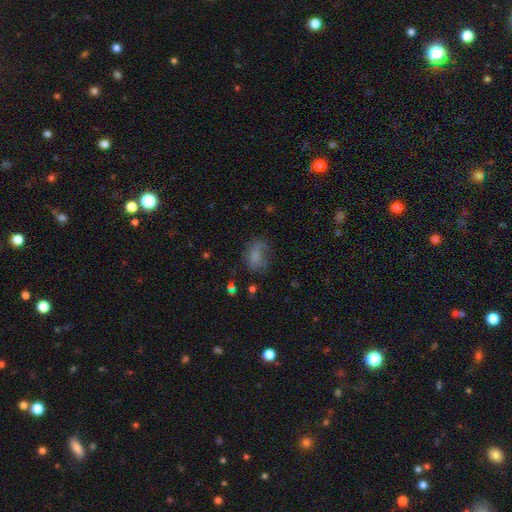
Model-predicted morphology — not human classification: This appears to be a smooth galaxy with no disk features (67%) that is in between round and cigar-shaped (80%). Merging: none (43%).